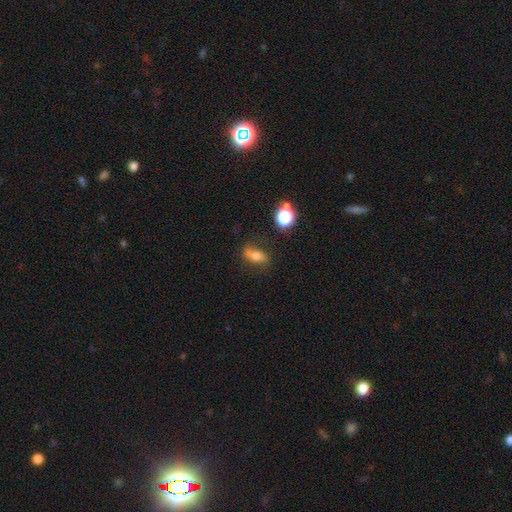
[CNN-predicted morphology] Smooth or featured: smooth — 46% (featured or disk — 40%)
Merging: none — 64% (minor disturbance — 21%)